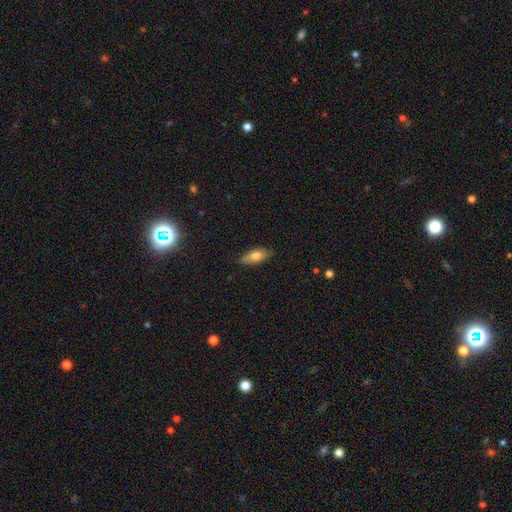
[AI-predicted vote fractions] Morphology: type=smooth (71%); roundness=in between (73%); merging=none (82%).